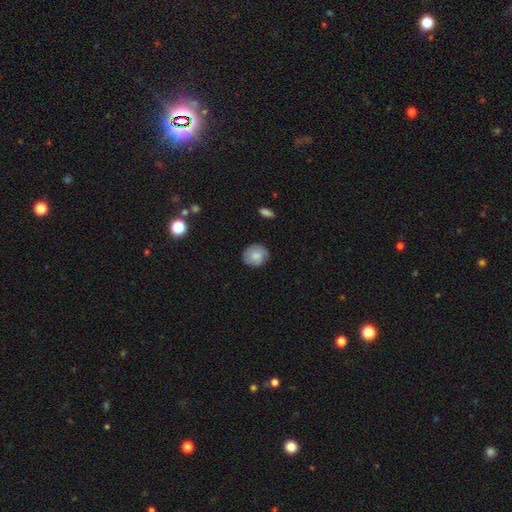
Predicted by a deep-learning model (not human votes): The model was most divided on "smooth or featured": smooth: 75%, featured or disk: 18%, star or artifact: 7%. More confident: merging — none (79%); how rounded — round (78%).